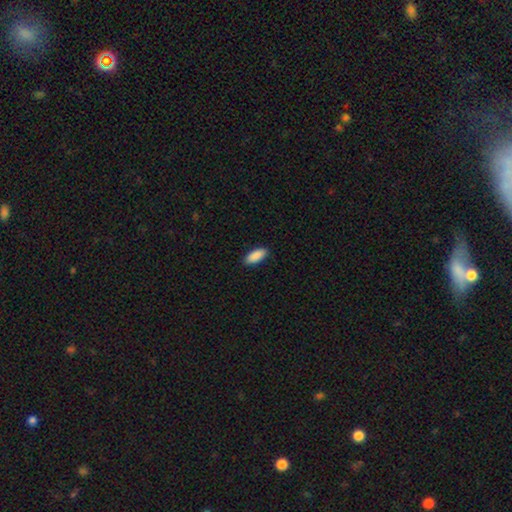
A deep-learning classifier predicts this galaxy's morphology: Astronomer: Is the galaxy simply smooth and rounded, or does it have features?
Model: smooth — 91%.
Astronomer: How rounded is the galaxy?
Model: in between — 85%.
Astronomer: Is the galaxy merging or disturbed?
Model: none — 89%.